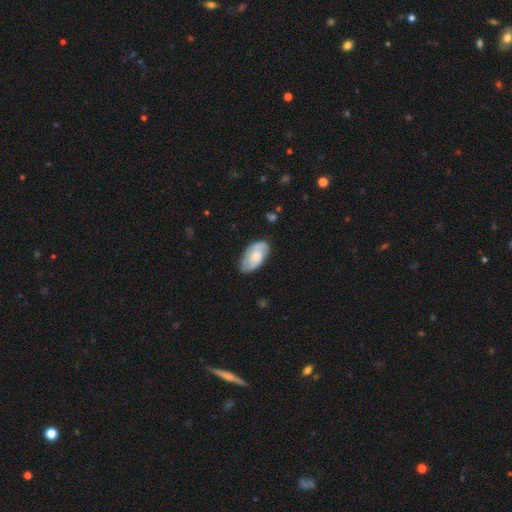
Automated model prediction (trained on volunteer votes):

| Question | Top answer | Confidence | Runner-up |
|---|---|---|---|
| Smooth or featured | featured or disk | 50% | smooth (44%) |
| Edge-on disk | no | 94% | yes (6%) |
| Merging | none | 74% | minor disturbance (20%) |